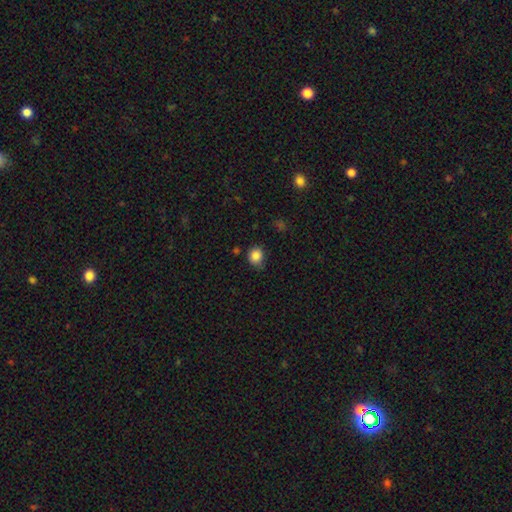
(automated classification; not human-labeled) A smooth galaxy with no disk features (86%) that is round (81%). Merging: none (74%).